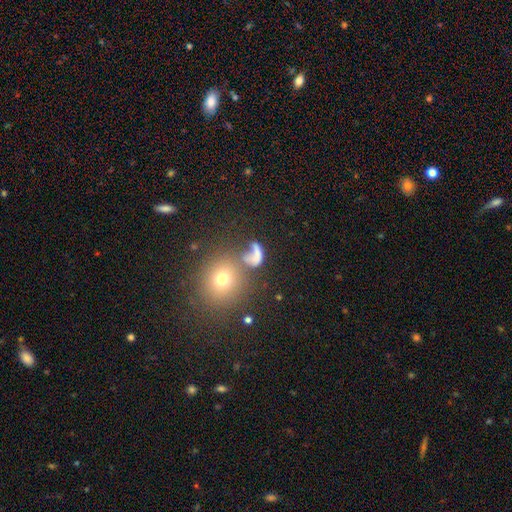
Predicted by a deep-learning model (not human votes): smooth-or-featured: smooth: 59% | featured or disk: 21% | star or artifact: 20%
  how-rounded: in between: 50% | round: 44% | cigar-shaped: 6%
  merging: none: 31% | merger: 30% | major disturbance: 26% | minor disturbance: 14%